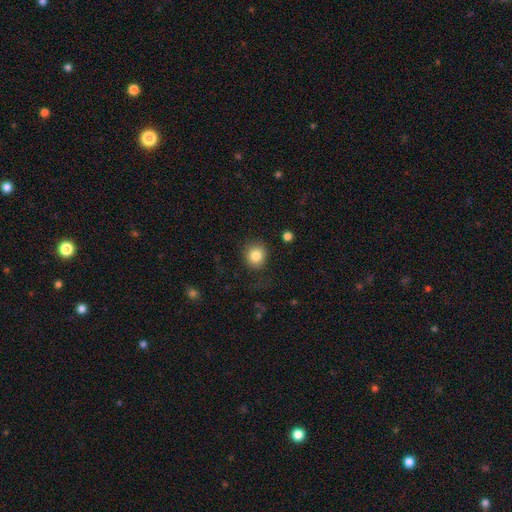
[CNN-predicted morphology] Smooth or featured? Predicted: smooth (p=0.84). How rounded? Predicted: round (p=0.86). Merging? Predicted: none (p=0.82).